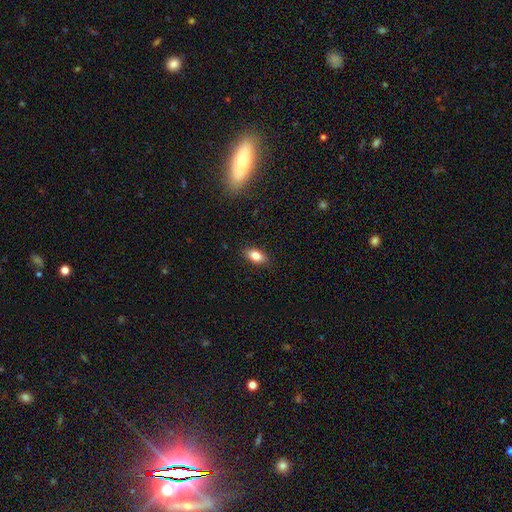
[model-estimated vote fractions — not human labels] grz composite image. It shows a smooth galaxy with no disk features (82%) that is in between round and cigar-shaped (89%). Merging: none (88%).